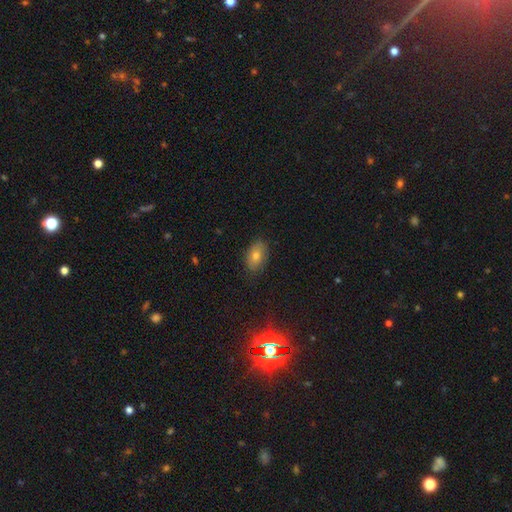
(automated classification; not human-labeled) A smooth galaxy with no disk features (65%) that is in between round and cigar-shaped (86%).

Vote fractions:
- Smooth or featured? smooth: 65% / star or artifact: 19% / featured or disk: 16%
- How rounded? in between: 86% / round: 12% / cigar-shaped: 2%
- Merging? none: 84% / minor disturbance: 12% / major disturbance: 3% / merger: 1%